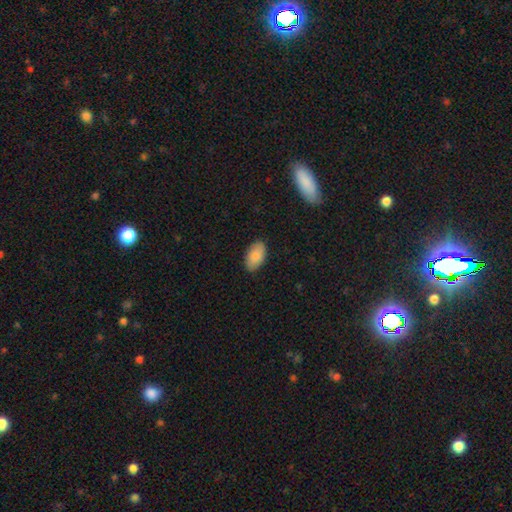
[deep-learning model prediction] Smooth or featured: smooth — 86% (featured or disk — 8%)
How rounded: in between — 95% (round — 4%)
Merging: none — 87% (minor disturbance — 10%)